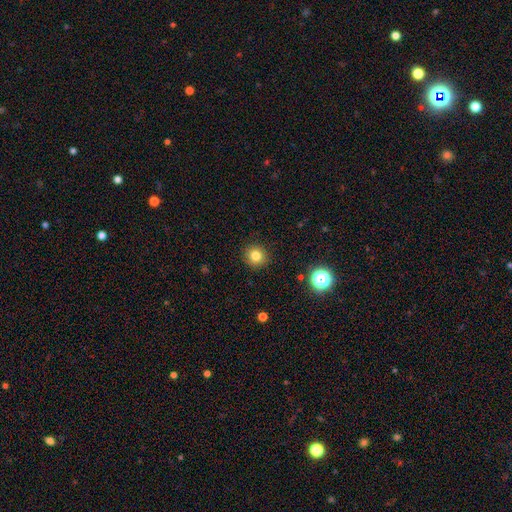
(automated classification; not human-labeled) Q: Smooth or featured?
A: smooth (80%); runner-up: star or artifact (13%)
Q: How rounded?
A: round (92%); runner-up: in between (7%)
Q: Merging?
A: none (91%); runner-up: minor disturbance (6%)